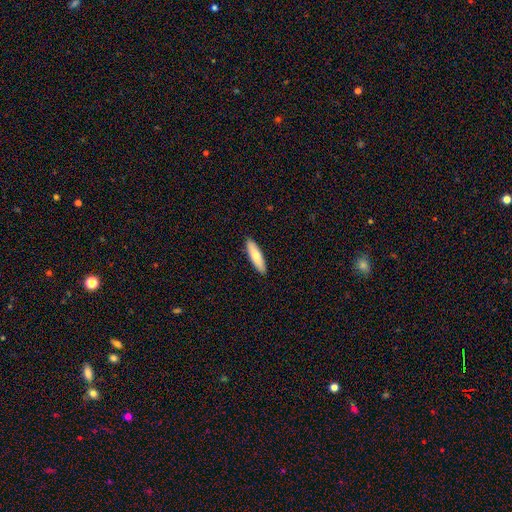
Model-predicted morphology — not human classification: The model was most divided on "how rounded": cigar-shaped: 62%, in between: 36%, round: 2%. More confident: merging — none (91%); smooth or featured — smooth (71%).